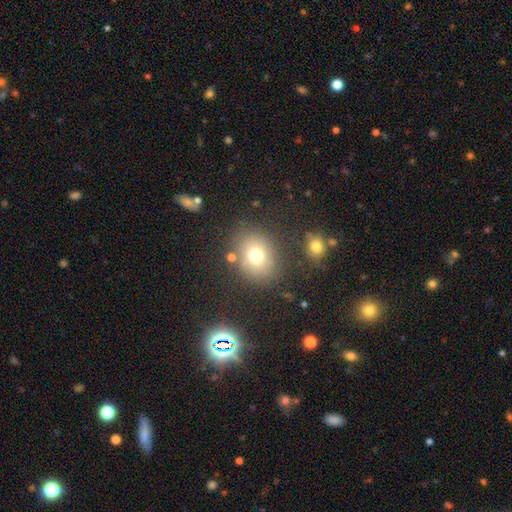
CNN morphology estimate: Smooth or featured: smooth — 72% (star or artifact — 15%)
How rounded: round — 63% (in between — 36%)
Merging: none — 77% (minor disturbance — 12%)